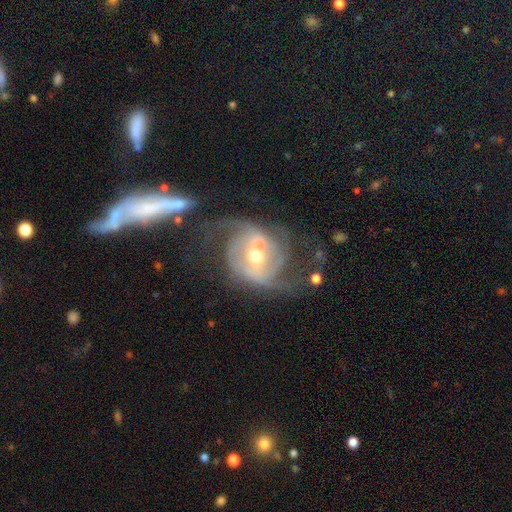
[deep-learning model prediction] Smooth or featured: featured or disk — 80% (smooth — 13%)
Edge-on disk: no — 97% (yes — 3%)
Bar: no — 54% (weak — 33%)
Spiral arms: yes — 87% (no — 13%)
Spiral winding: medium — 44% (loose — 30%)
Spiral arm count: 2 — 70% (can't tell — 15%)
Bulge size: moderate — 62% (small — 31%)
Merging: merger — 40% (none — 31%)